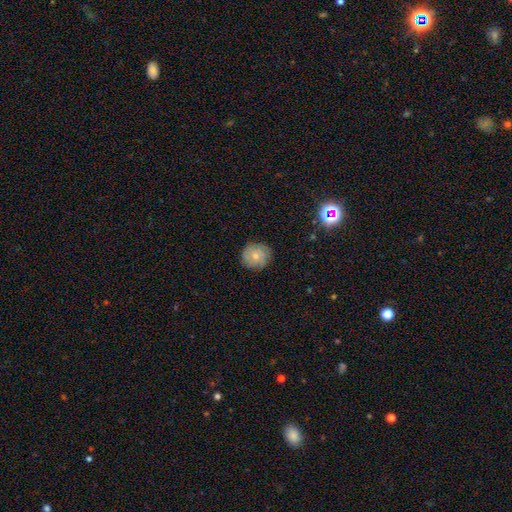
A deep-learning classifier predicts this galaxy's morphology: This appears to be a smooth galaxy with no disk features (62%) that is round (88%). Merging: none (82%).